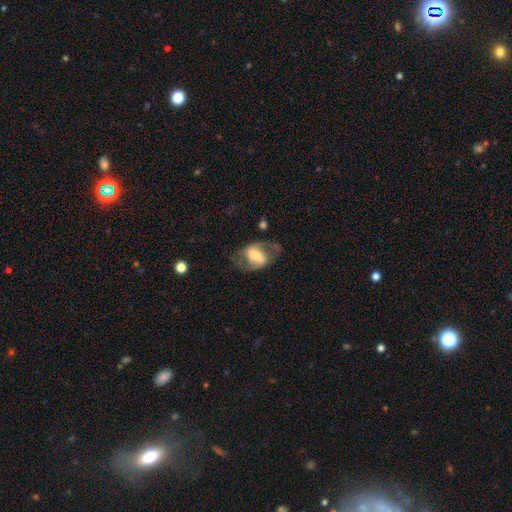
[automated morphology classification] The model was most divided on "bulge size": moderate: 27%, small: 26%, large: 26%, none: 13%, dominant: 8%. Remaining: edge-on disk — no (95%); spiral arms — yes (75%); smooth or featured — featured or disk (59%); merging — none (51%); bar — strong (41%).